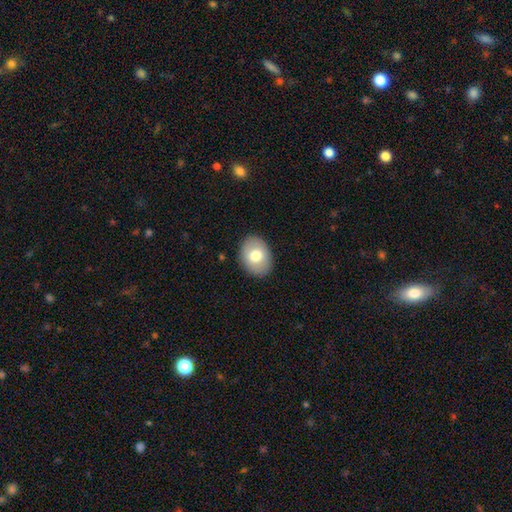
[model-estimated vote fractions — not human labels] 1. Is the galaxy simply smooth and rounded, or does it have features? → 74% smooth, 19% featured or disk, 7% star or artifact.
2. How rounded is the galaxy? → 72% in between, 27% round, 1% cigar-shaped.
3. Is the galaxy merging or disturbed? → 88% none, 9% minor disturbance, 2% major disturbance, 1% merger.